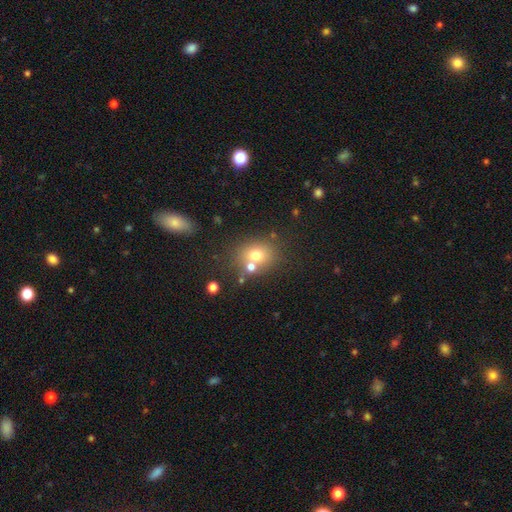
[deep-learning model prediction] smooth 70%, featured or disk 15%, star or artifact 14%. Down the decision tree: how rounded — round (67%); merging — none (60%).